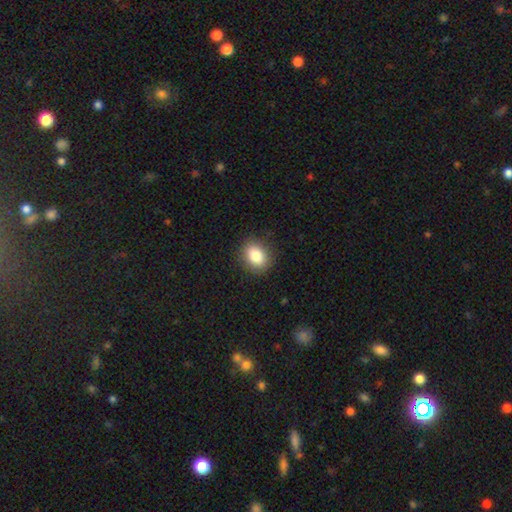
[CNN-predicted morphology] Smooth or featured: smooth — 84% (star or artifact — 9%)
How rounded: in between — 56% (round — 42%)
Merging: none — 88% (minor disturbance — 9%)